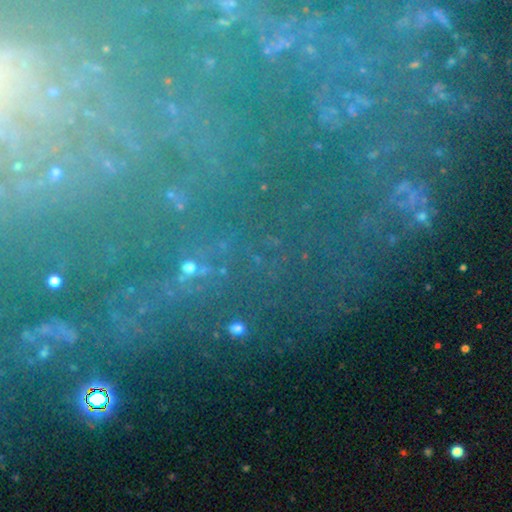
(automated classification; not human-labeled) Smooth or featured: star or artifact — 51% (featured or disk — 33%)